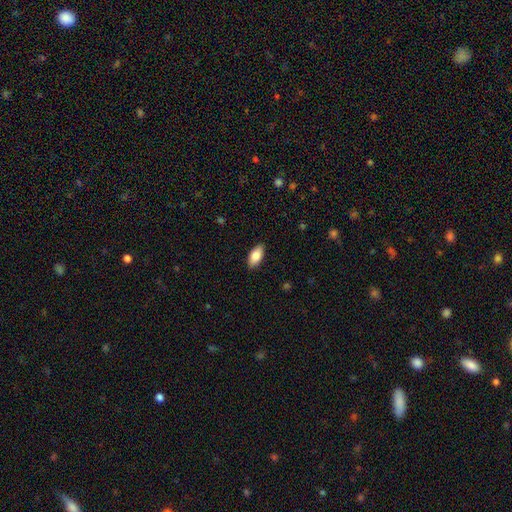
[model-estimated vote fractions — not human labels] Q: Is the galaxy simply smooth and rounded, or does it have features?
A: smooth — 83%.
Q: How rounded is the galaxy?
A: in between — 90%.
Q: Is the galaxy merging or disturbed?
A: none — 89%.